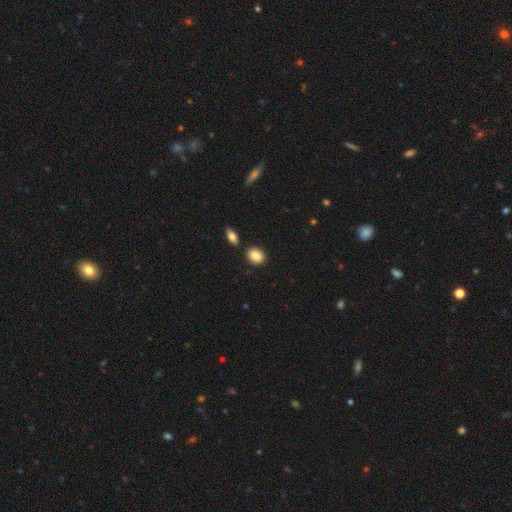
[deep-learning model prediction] Smooth or featured?
  - smooth: 86% *
  - star or artifact: 8%
  - featured or disk: 7%
How rounded?
  - in between: 57% *
  - round: 41%
  - cigar-shaped: 2%
Merging?
  - none: 82% *
  - minor disturbance: 10%
  - merger: 7%
  - major disturbance: 2%